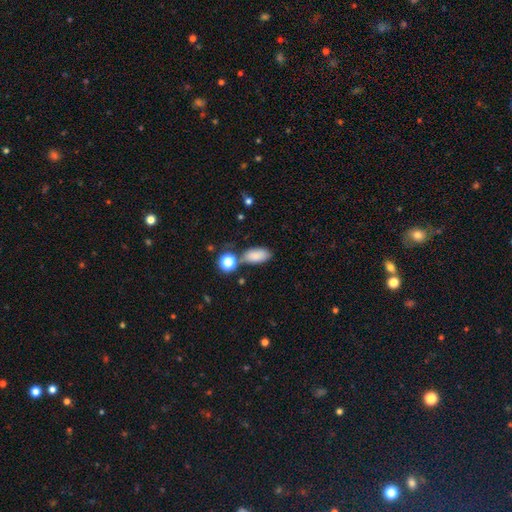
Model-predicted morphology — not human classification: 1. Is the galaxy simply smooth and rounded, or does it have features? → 84% smooth, 9% star or artifact, 6% featured or disk.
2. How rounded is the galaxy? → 89% in between, 5% round, 5% cigar-shaped.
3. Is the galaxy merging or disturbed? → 63% none, 17% minor disturbance, 14% merger, 6% major disturbance.